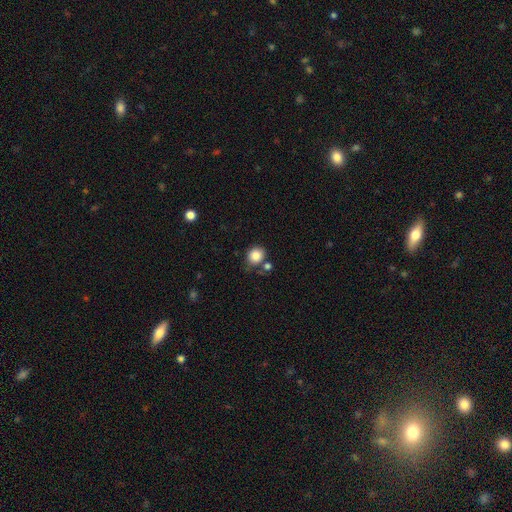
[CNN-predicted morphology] This appears to be a smooth galaxy with no disk features (85%) that is round (73%). Merging: none (67%).